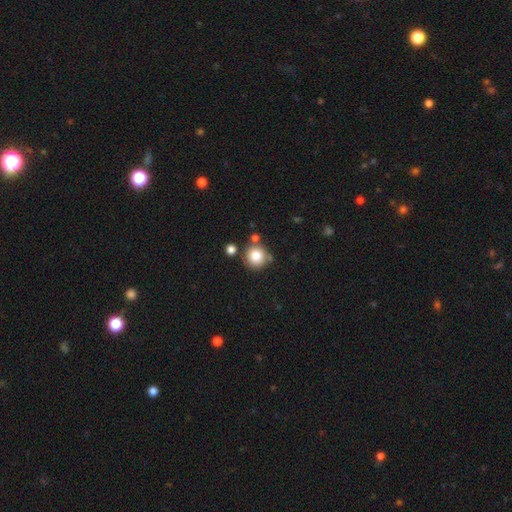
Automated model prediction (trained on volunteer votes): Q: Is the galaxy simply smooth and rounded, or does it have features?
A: smooth — 83%.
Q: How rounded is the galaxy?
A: round — 93%.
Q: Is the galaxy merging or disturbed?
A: none — 73%.